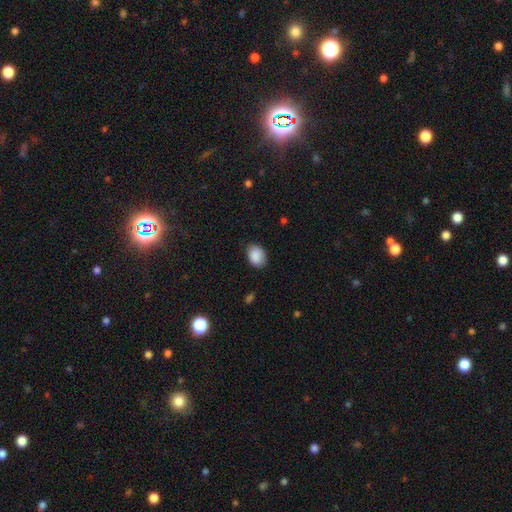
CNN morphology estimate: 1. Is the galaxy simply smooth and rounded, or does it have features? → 89% smooth, 7% star or artifact, 4% featured or disk.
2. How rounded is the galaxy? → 71% in between, 28% round, 1% cigar-shaped.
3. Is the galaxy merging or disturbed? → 81% none, 15% minor disturbance, 3% major disturbance, 1% merger.